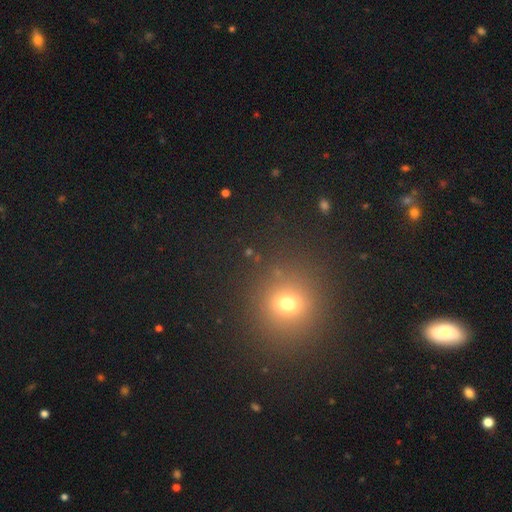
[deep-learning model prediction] A smooth galaxy with no disk features (55%) that is round (89%). Merging: none (91%).